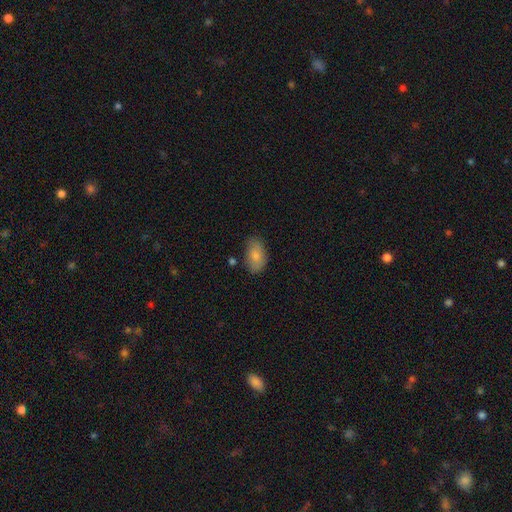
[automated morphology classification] This is clearly a smooth galaxy (82%). How rounded: clearly in between (92%). Merging: likely none (74%).